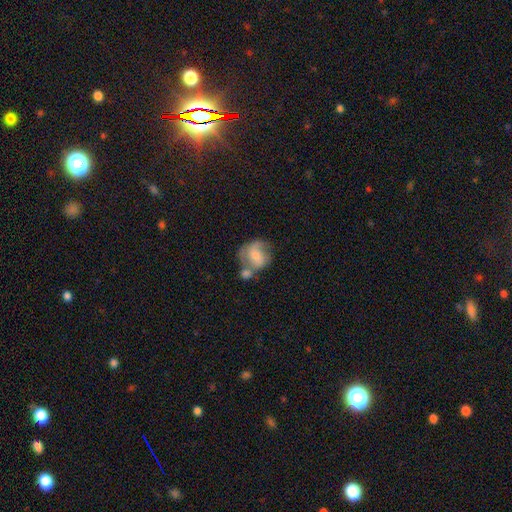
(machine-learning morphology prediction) Smooth or featured?
  - smooth: 47% *
  - featured or disk: 45%
  - star or artifact: 8%
Merging?
  - merger: 37% *
  - none: 29%
  - minor disturbance: 19%
  - major disturbance: 15%